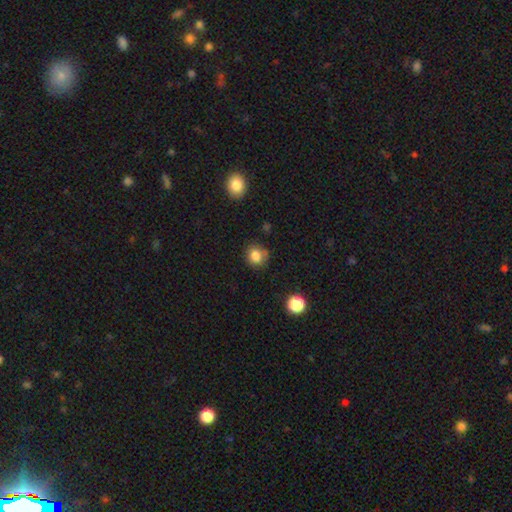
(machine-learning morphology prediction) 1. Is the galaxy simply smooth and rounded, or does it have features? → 81% smooth, 11% star or artifact, 8% featured or disk.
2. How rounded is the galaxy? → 80% round, 19% in between, 1% cigar-shaped.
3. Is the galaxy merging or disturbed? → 75% none, 18% minor disturbance, 5% major disturbance, 2% merger.